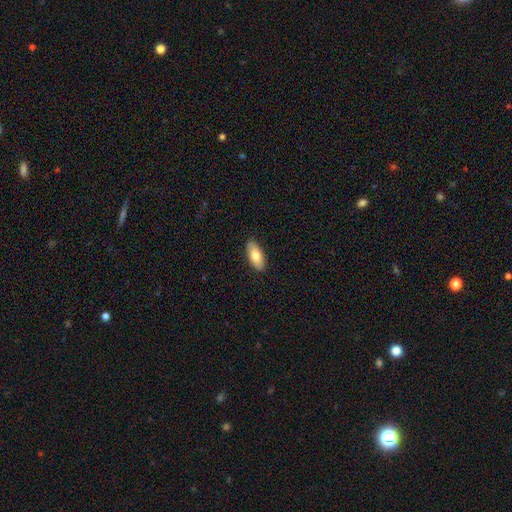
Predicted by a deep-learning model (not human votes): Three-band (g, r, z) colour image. It shows a smooth galaxy with no disk features (77%) that is in between round and cigar-shaped (86%). Merging: none (88%).